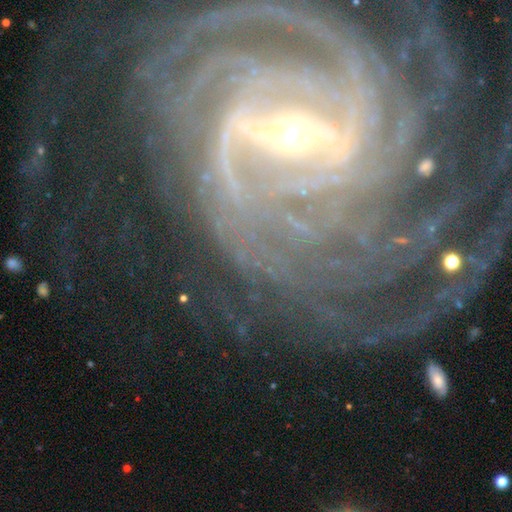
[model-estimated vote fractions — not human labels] featured or disk 91%, star or artifact 6%, smooth 3%. Down the decision tree: edge-on disk — no (97%); bar — strong (60%); spiral arms — yes (98%); spiral arm count — more than 4 (23%); spiral winding — tight (67%); bulge size — small (74%); merging — none (67%).